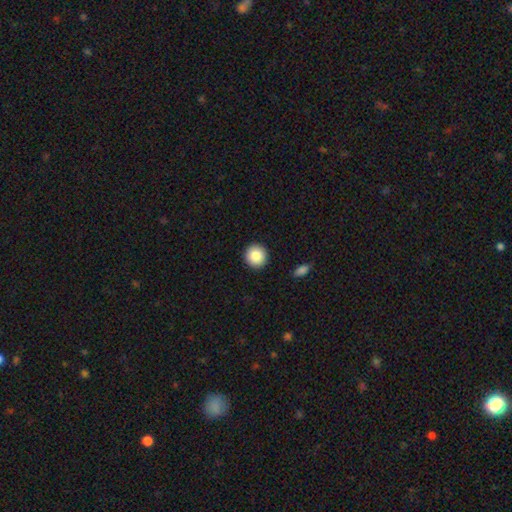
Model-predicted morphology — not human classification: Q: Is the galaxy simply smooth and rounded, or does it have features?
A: smooth — 86%.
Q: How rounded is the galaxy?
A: round — 94%.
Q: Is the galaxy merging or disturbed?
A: none — 93%.